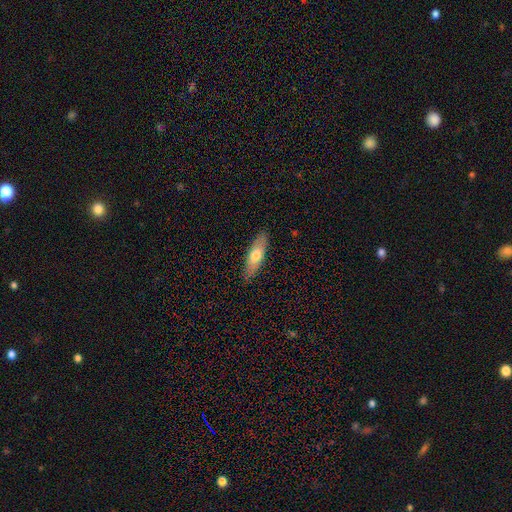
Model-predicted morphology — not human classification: Smooth or featured: smooth — 66% (featured or disk — 29%)
How rounded: in between — 50% (cigar-shaped — 48%)
Merging: none — 86% (minor disturbance — 11%)